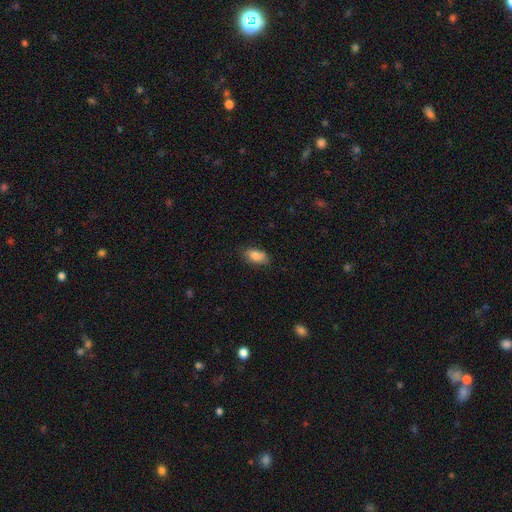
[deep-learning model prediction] The model was most divided on "merging": none: 78%, minor disturbance: 18%, major disturbance: 3%, merger: 1%. More confident: how rounded — in between (90%); smooth or featured — smooth (82%).